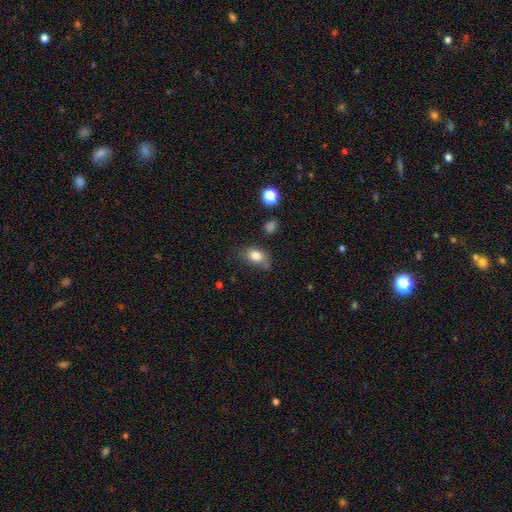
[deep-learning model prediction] This appears to be a smooth galaxy with no disk features (81%) that is in between round and cigar-shaped (74%). Merging: none (59%).